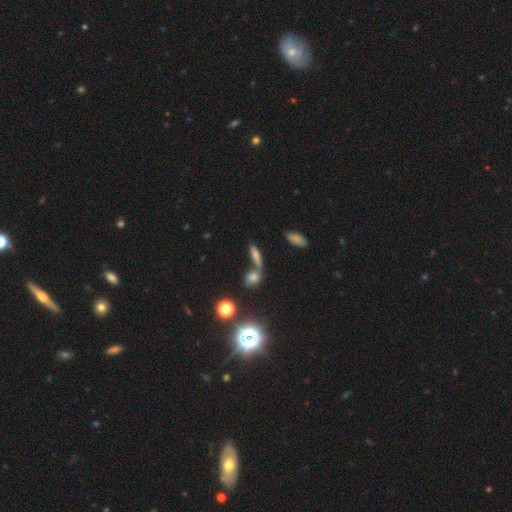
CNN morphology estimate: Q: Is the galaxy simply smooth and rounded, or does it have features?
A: smooth — 53%.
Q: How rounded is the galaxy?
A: in between — 46%.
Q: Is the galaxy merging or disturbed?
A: merger — 42%.